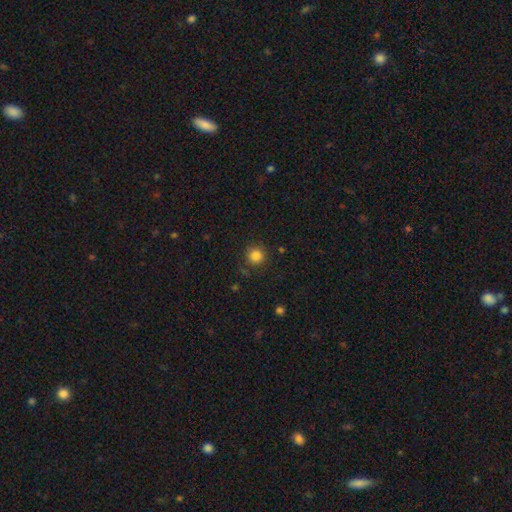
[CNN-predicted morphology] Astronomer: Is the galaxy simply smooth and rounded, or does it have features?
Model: smooth — 84%.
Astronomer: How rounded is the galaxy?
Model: round — 94%.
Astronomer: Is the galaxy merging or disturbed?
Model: none — 87%.